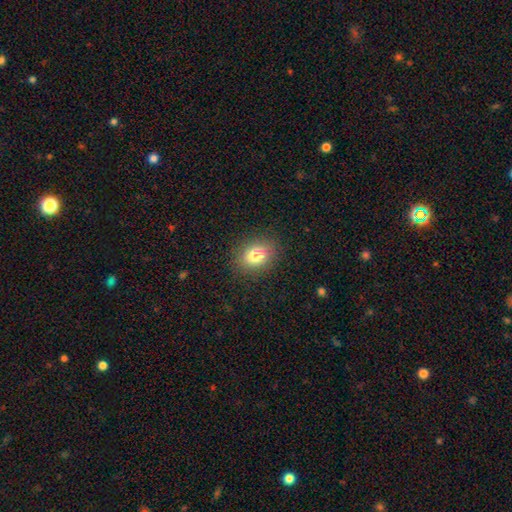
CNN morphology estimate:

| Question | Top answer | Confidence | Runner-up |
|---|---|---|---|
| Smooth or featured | smooth | 80% | star or artifact (10%) |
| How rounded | in between | 67% | round (32%) |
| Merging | none | 86% | minor disturbance (10%) |